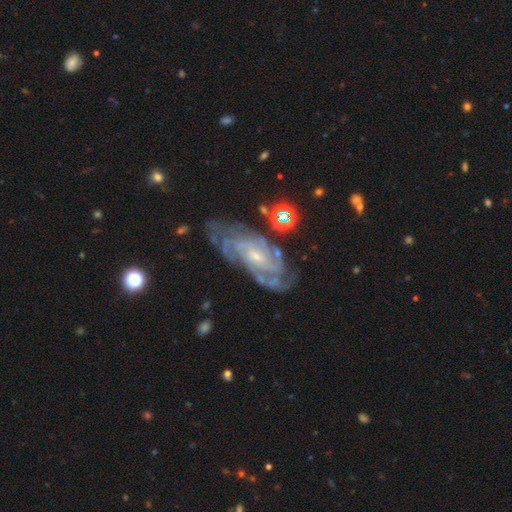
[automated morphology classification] featured or disk 88%, star or artifact 6%, smooth 6%. Down the decision tree: edge-on disk — no (94%); bar — no (52%); spiral arms — yes (97%); spiral arm count — can't tell (26%); spiral winding — tight (64%); bulge size — small (69%); merging — none (70%).